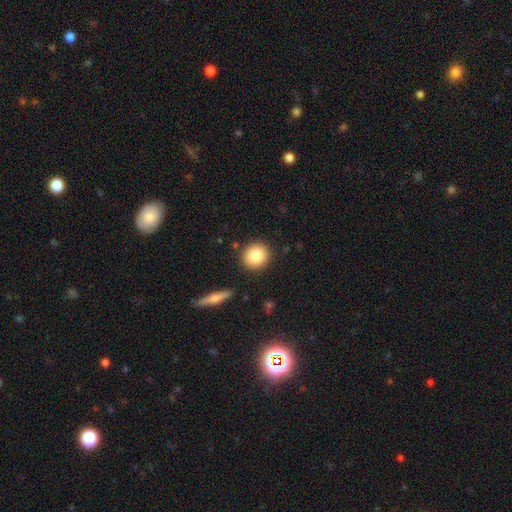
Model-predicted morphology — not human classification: Q: Smooth or featured?
A: smooth (83%); runner-up: featured or disk (9%)
Q: How rounded?
A: round (88%); runner-up: in between (11%)
Q: Merging?
A: none (89%); runner-up: minor disturbance (7%)